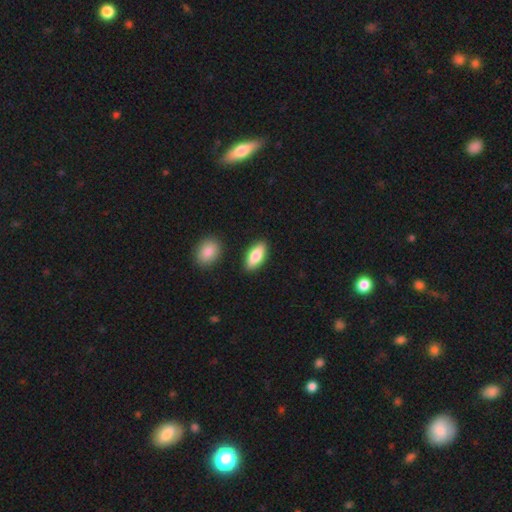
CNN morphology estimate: Smooth or featured?
  - smooth: 81% *
  - featured or disk: 13%
  - star or artifact: 6%
How rounded?
  - in between: 83% *
  - cigar-shaped: 15%
  - round: 3%
Merging?
  - none: 87% *
  - minor disturbance: 8%
  - merger: 3%
  - major disturbance: 2%